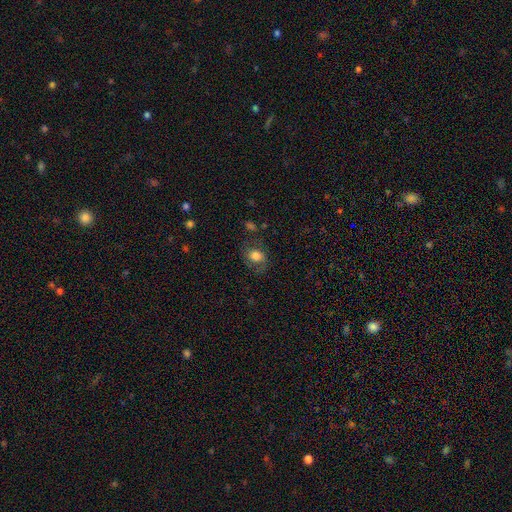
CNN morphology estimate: A smooth galaxy with no disk features (67%) that is in between round and cigar-shaped (53%).

Vote fractions:
- Smooth or featured? smooth: 67% / featured or disk: 23% / star or artifact: 10%
- How rounded? in between: 53% / round: 46% / cigar-shaped: 1%
- Merging? none: 62% / minor disturbance: 22% / major disturbance: 14% / merger: 2%